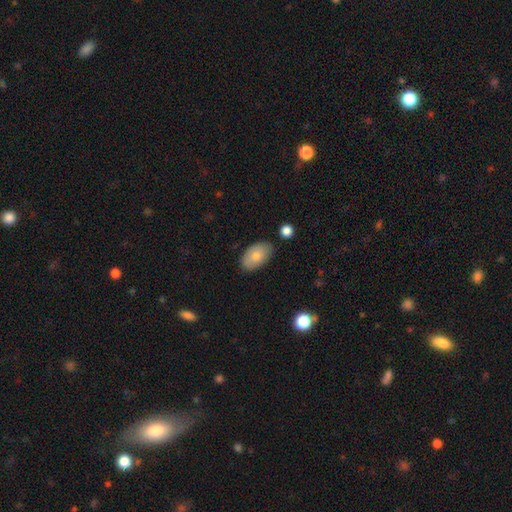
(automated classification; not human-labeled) Smooth or featured? smooth (80%)
How rounded? in between (94%)
Merging? none (79%)